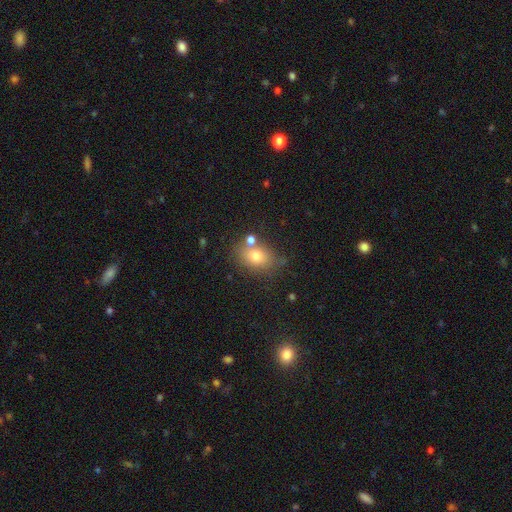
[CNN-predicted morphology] Smooth or featured: smooth — 73% (featured or disk — 14%)
How rounded: in between — 66% (round — 33%)
Merging: none — 66% (minor disturbance — 15%)